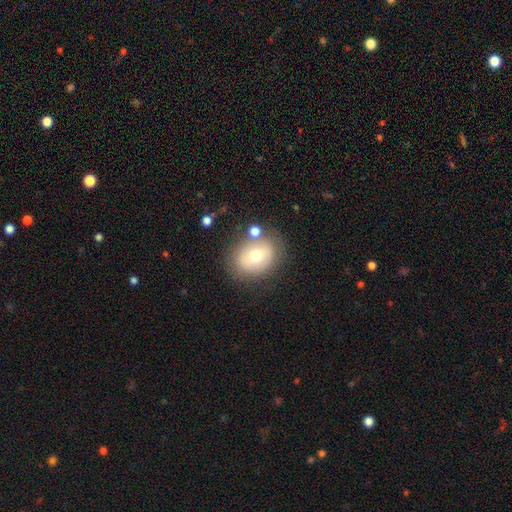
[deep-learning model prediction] A smooth galaxy with no disk features (65%) that is round (53%). Merging: none (69%).